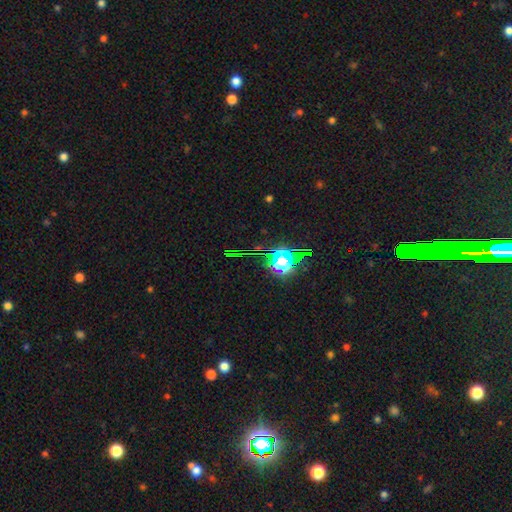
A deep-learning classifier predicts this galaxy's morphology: A star or artifact, not a galaxy (79%).

Vote fractions:
- Smooth or featured? star or artifact: 79% / smooth: 12% / featured or disk: 9%